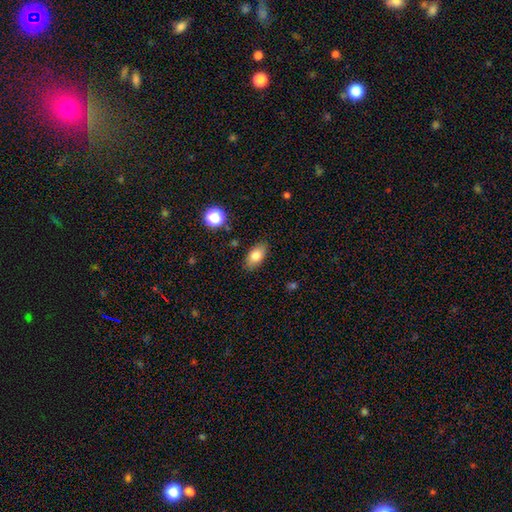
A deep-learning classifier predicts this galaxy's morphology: Smooth or featured?
  - smooth: 80% *
  - featured or disk: 12%
  - star or artifact: 8%
How rounded?
  - in between: 89% *
  - round: 6%
  - cigar-shaped: 4%
Merging?
  - none: 85% *
  - minor disturbance: 11%
  - major disturbance: 3%
  - merger: 1%